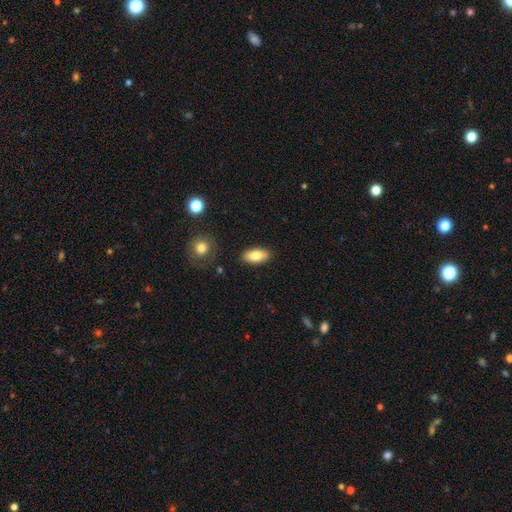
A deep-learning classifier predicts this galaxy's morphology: Smooth or featured: smooth — 80% (featured or disk — 13%)
How rounded: in between — 89% (cigar-shaped — 9%)
Merging: none — 88% (minor disturbance — 9%)